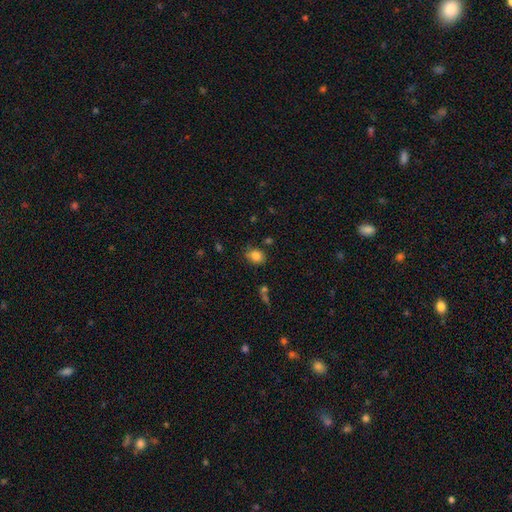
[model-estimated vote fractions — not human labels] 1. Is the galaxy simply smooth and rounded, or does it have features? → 84% smooth, 10% star or artifact, 6% featured or disk.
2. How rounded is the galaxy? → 57% in between, 42% round, 1% cigar-shaped.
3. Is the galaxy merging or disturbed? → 76% none, 16% minor disturbance, 4% merger, 4% major disturbance.